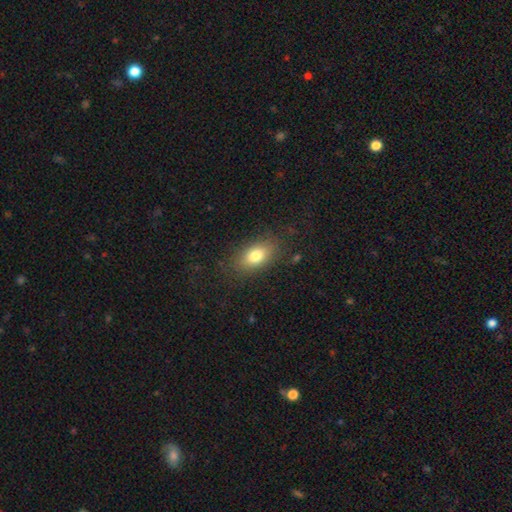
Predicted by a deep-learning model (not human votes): The model was most divided on "smooth or featured": smooth: 78%, featured or disk: 13%, star or artifact: 9%. More confident: how rounded — in between (86%); merging — none (82%).